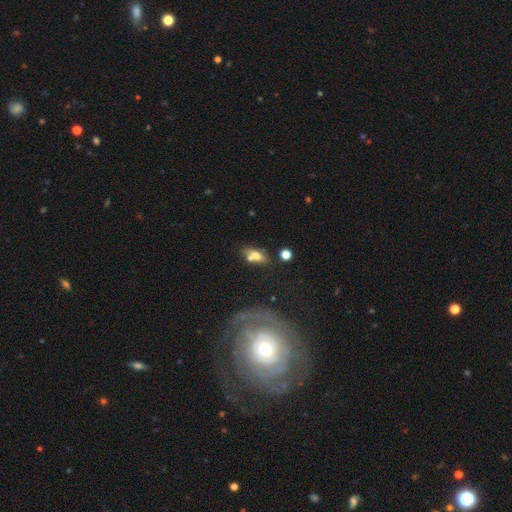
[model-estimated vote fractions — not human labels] smooth_or_featured: smooth (p=0.63) [alt: featured or disk p=0.25]
how_rounded: in between (p=0.77) [alt: cigar-shaped p=0.11]
merging: none (p=0.50) [alt: merger p=0.28]